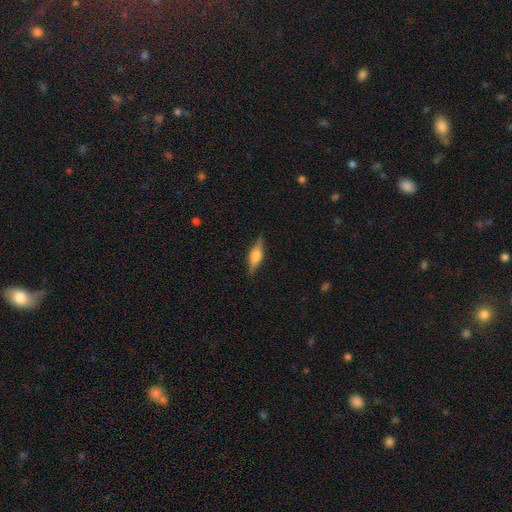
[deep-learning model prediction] A featured or disk galaxy (52%) viewed edge-on (94%). Merging: none (86%).